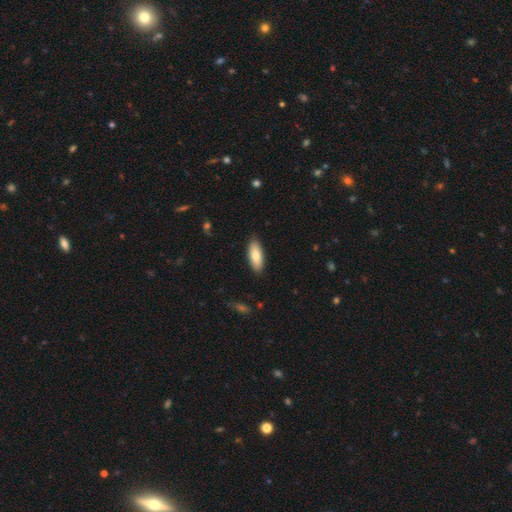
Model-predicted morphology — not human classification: smooth_or_featured: smooth (p=0.80) [alt: featured or disk p=0.14]
how_rounded: in between (p=0.75) [alt: cigar-shaped p=0.23]
merging: none (p=0.87) [alt: minor disturbance p=0.10]